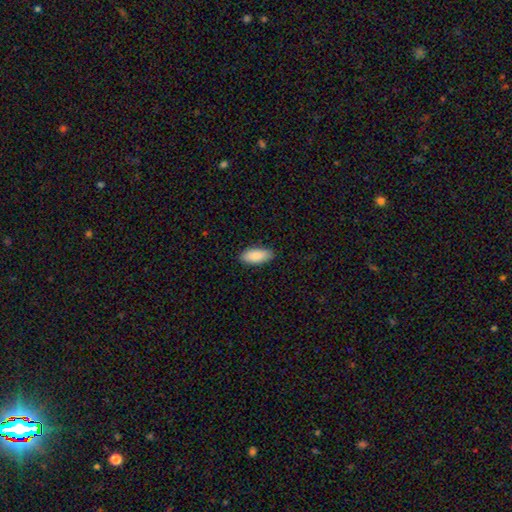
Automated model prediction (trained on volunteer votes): This is clearly a smooth galaxy (89%). How rounded: clearly in between (89%). Merging: clearly none (88%).